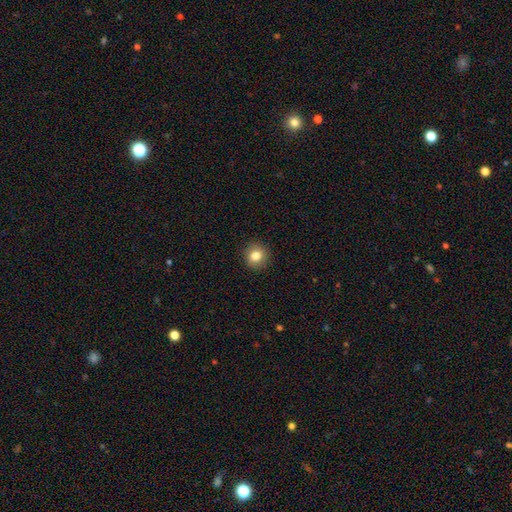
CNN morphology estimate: Smooth or featured?
  - smooth: 83% *
  - star or artifact: 10%
  - featured or disk: 7%
How rounded?
  - round: 89% *
  - in between: 10%
  - cigar-shaped: 1%
Merging?
  - none: 91% *
  - minor disturbance: 6%
  - major disturbance: 2%
  - merger: 1%